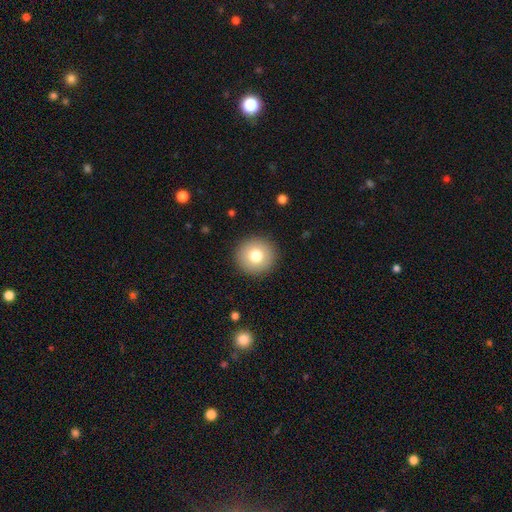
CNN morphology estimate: A smooth galaxy with no disk features (77%) that is round (95%). Merging: none (92%).